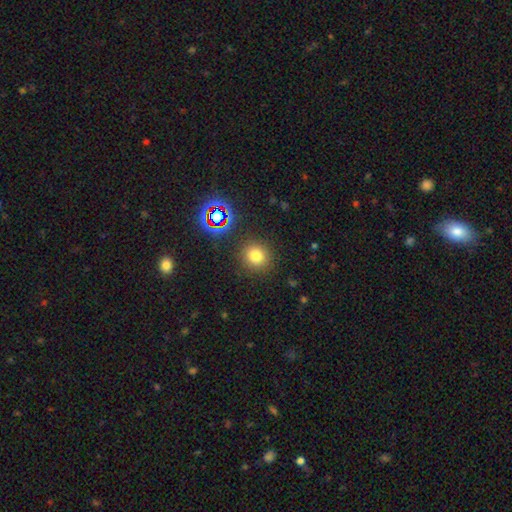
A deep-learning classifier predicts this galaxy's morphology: A smooth galaxy with no disk features (74%) that is round (89%). Merging: none (88%).